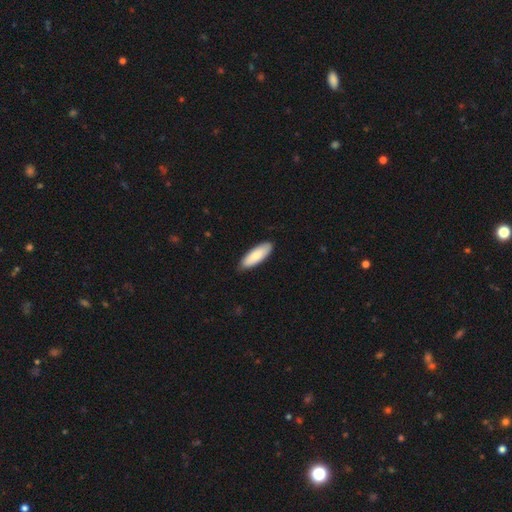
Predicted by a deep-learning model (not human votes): Smooth or featured? Predicted: smooth (p=0.84). How rounded? Predicted: in between (p=0.63). Merging? Predicted: none (p=0.85).